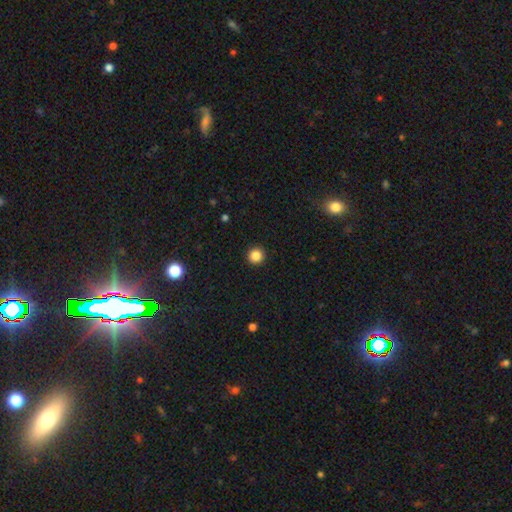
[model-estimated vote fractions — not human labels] smooth-or-featured: smooth: 85% | star or artifact: 11% | featured or disk: 4%
  how-rounded: round: 96% | in between: 3% | cigar-shaped: 1%
  merging: none: 93% | minor disturbance: 4% | major disturbance: 2% | merger: 1%